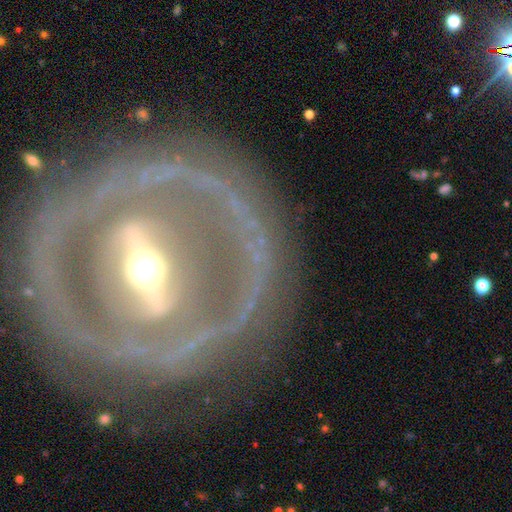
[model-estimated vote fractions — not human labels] The model was most divided on "spiral arms": no: 55%, yes: 45%. More confident: edge-on disk — no (83%); smooth or featured — featured or disk (83%); merging — none (77%); bar — strong (68%); bulge size — moderate (68%).